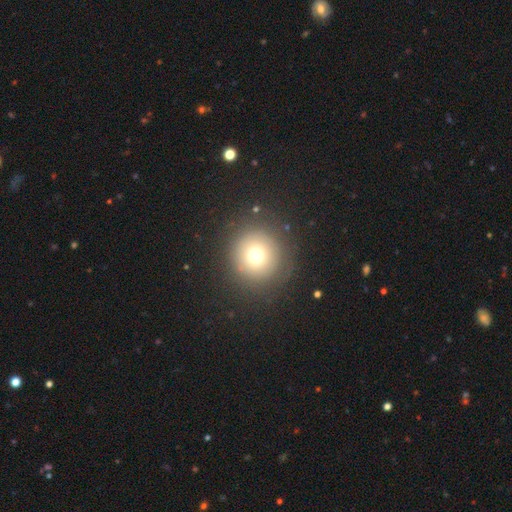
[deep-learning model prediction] Overall: smooth (71%). How rounded: round (94%). Merging: none (86%).